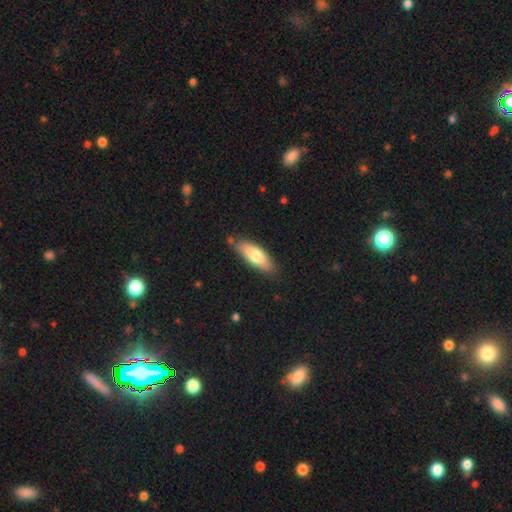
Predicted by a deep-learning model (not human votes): smooth_or_featured: smooth (p=0.73) [alt: featured or disk p=0.21]
how_rounded: in between (p=0.64) [alt: cigar-shaped p=0.34]
merging: none (p=0.80) [alt: minor disturbance p=0.14]